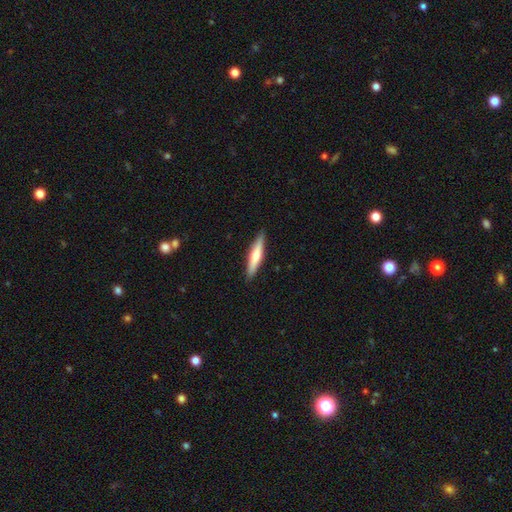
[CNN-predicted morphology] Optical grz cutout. It shows a smooth galaxy with no disk features (54%) that is cigar-shaped (86%). Merging: none (90%).